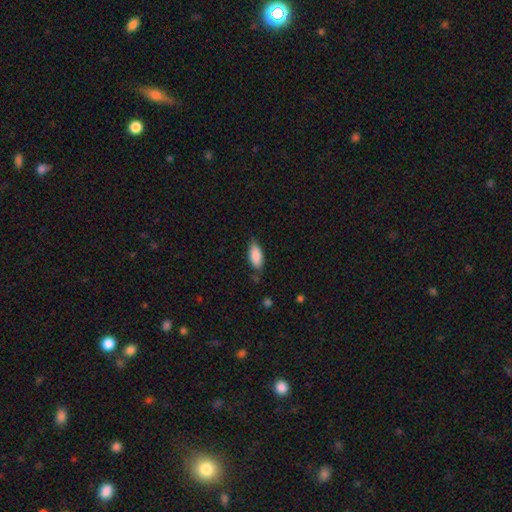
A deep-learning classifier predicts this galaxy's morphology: type=smooth (86%); roundness=in between (86%); merging=none (71%).